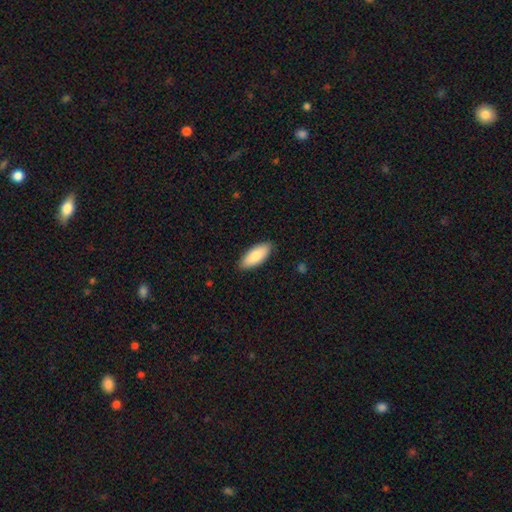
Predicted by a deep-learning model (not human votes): A smooth galaxy with no disk features (85%) that is in between round and cigar-shaped (82%).

Vote fractions:
- Smooth or featured? smooth: 85% / featured or disk: 9% / star or artifact: 5%
- How rounded? in between: 82% / cigar-shaped: 16% / round: 2%
- Merging? none: 88% / minor disturbance: 10% / major disturbance: 2% / merger: 1%